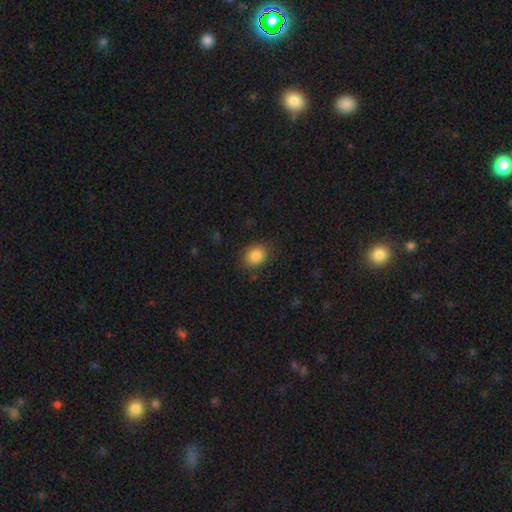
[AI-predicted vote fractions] A smooth galaxy with no disk features (85%) that is round (54%). Merging: none (83%).